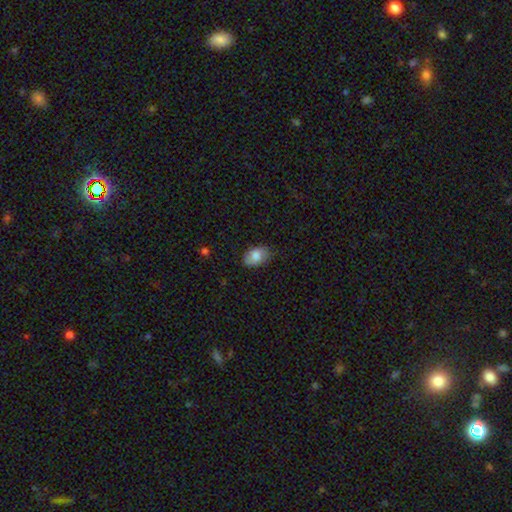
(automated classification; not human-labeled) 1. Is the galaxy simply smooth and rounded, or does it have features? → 82% smooth, 10% featured or disk, 7% star or artifact.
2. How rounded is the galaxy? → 86% in between, 13% round, 1% cigar-shaped.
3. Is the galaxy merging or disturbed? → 76% none, 19% minor disturbance, 4% major disturbance, 1% merger.